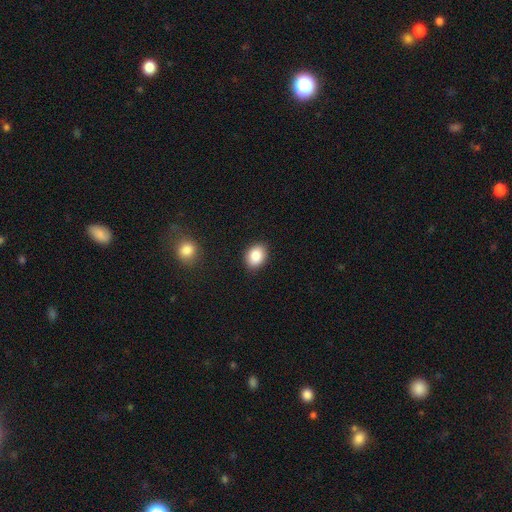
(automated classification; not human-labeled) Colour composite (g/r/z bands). It shows a smooth galaxy with no disk features (89%) that is in between round and cigar-shaped (66%). Merging: none (88%).